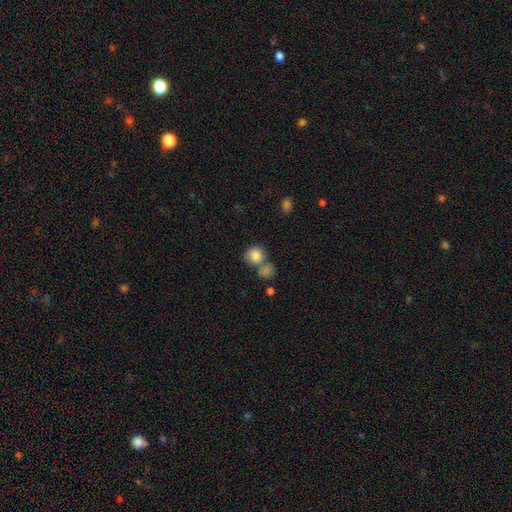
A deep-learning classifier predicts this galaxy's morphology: Smooth or featured? Predicted: smooth (p=0.83). How rounded? Predicted: round (p=0.78). Merging? Predicted: none (p=0.49).